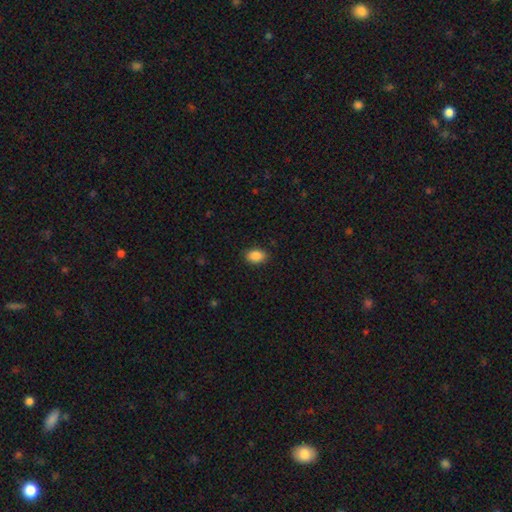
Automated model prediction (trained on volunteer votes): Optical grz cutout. It shows a smooth galaxy with no disk features (88%) that is in between round and cigar-shaped (82%). Merging: none (87%).